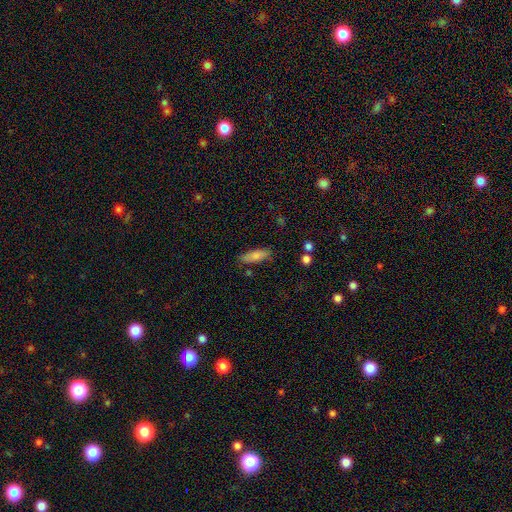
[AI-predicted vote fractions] smooth-or-featured: smooth: 79% | featured or disk: 14% | star or artifact: 7%
  how-rounded: in between: 51% | cigar-shaped: 47% | round: 2%
  merging: none: 80% | minor disturbance: 14% | merger: 3% | major disturbance: 3%